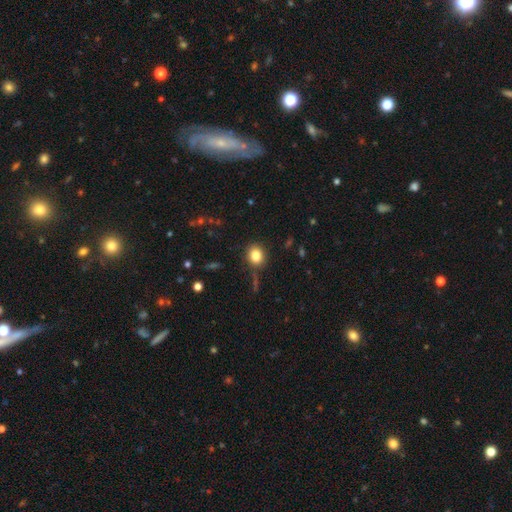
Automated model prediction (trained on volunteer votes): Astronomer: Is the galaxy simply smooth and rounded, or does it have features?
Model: smooth — 83%.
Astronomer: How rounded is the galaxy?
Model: round — 71%.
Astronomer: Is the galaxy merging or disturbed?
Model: none — 85%.